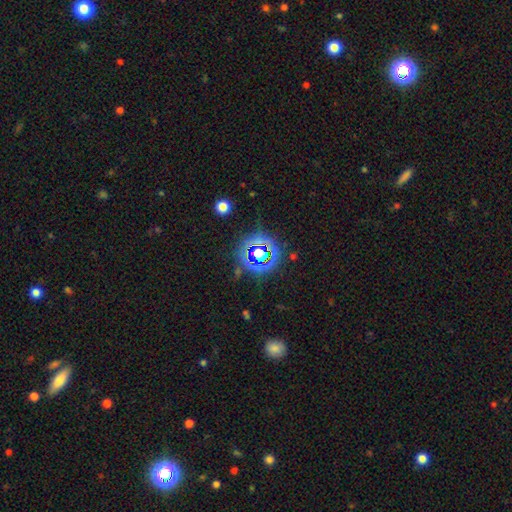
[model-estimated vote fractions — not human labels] The model was most divided on "smooth or featured": star or artifact: 69%, smooth: 20%, featured or disk: 11%.